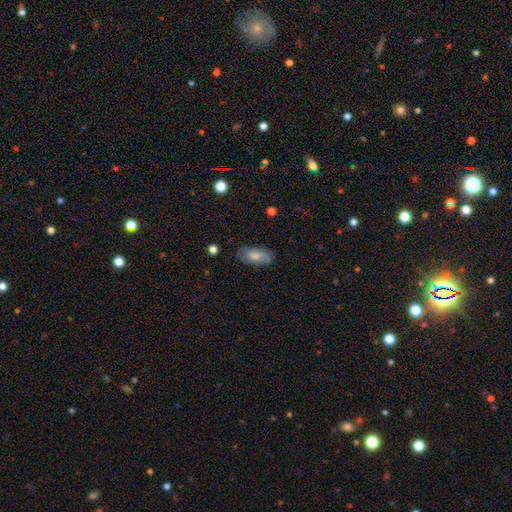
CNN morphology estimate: Smooth or featured? smooth (74%)
How rounded? in between (87%)
Merging? none (74%)